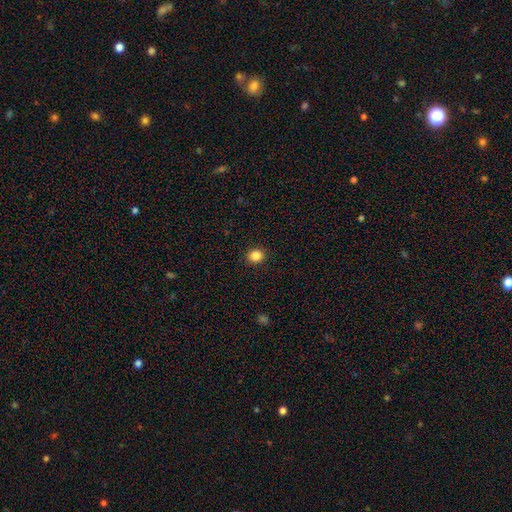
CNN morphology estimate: Smooth or featured: smooth — 85% (star or artifact — 11%)
How rounded: round — 82% (in between — 17%)
Merging: none — 92% (minor disturbance — 5%)